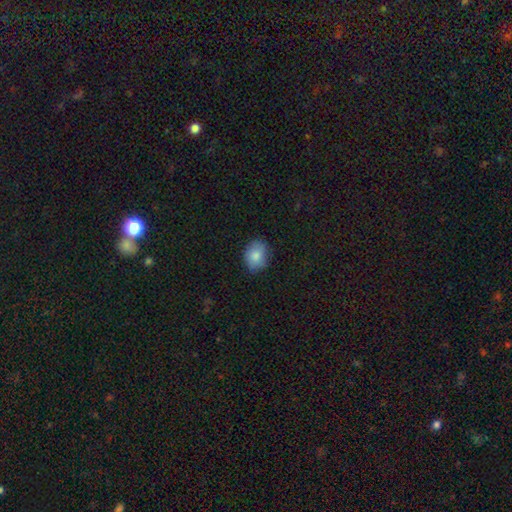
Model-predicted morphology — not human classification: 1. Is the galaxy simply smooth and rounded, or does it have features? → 83% smooth, 9% featured or disk, 8% star or artifact.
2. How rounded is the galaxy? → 61% in between, 38% round, 1% cigar-shaped.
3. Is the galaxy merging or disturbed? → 78% none, 17% minor disturbance, 3% major disturbance, 1% merger.